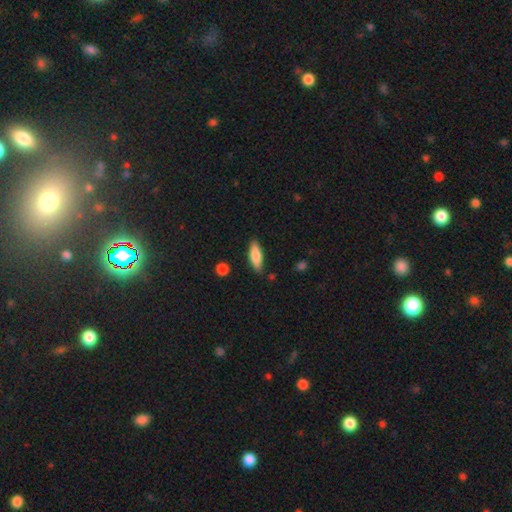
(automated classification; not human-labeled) smooth-or-featured: smooth: 79% | featured or disk: 15% | star or artifact: 6%
  how-rounded: in between: 52% | cigar-shaped: 46% | round: 2%
  merging: none: 84% | minor disturbance: 11% | major disturbance: 2% | merger: 2%